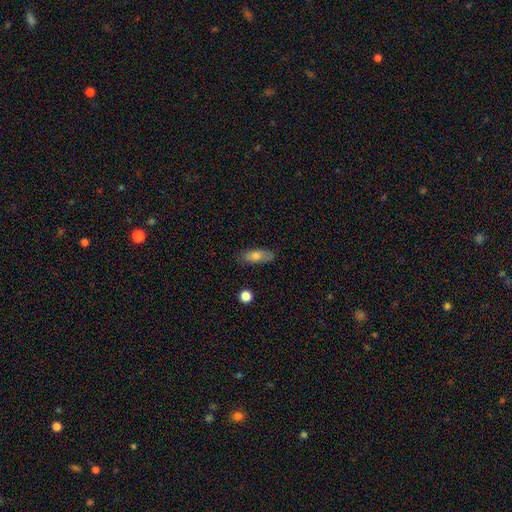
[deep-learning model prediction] smooth-or-featured: smooth: 70% | featured or disk: 22% | star or artifact: 8%
  how-rounded: in between: 78% | cigar-shaped: 18% | round: 4%
  merging: none: 78% | minor disturbance: 17% | major disturbance: 3% | merger: 2%